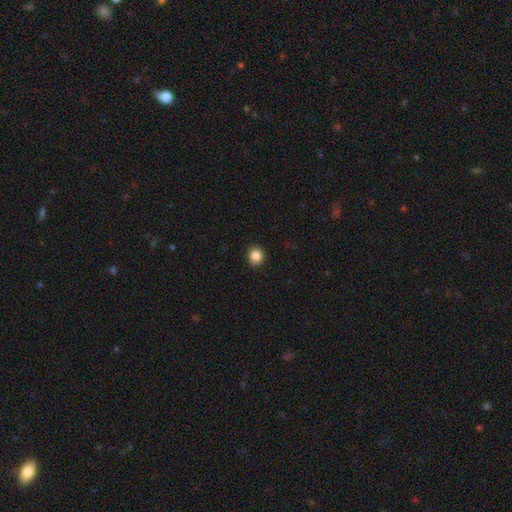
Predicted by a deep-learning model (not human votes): Smooth or featured? Predicted: smooth (p=0.86). How rounded? Predicted: round (p=0.86). Merging? Predicted: none (p=0.90).